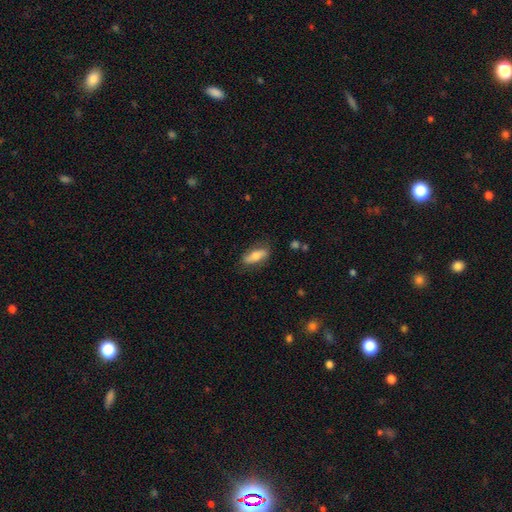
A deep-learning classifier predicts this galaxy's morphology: This appears to be a smooth galaxy with no disk features (60%) that is in between round and cigar-shaped (69%). Merging: none (77%).